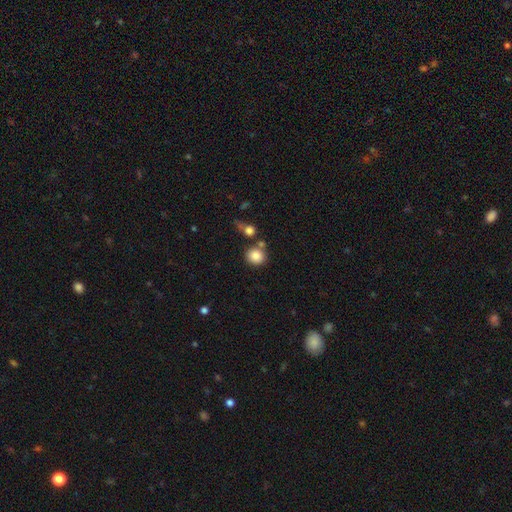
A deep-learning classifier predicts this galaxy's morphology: This appears to be a smooth galaxy with no disk features (85%) that is round (83%). Merging: none (71%).